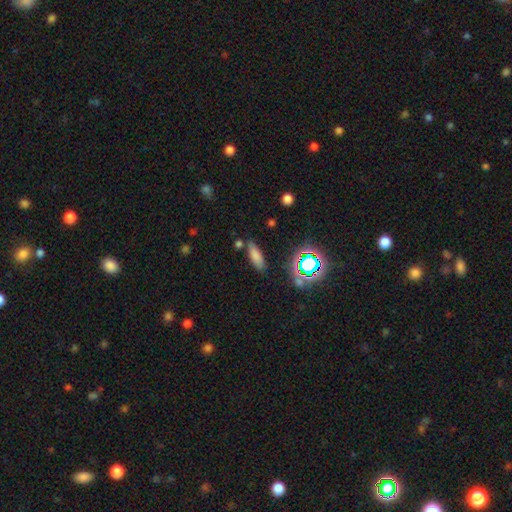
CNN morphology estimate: type=smooth (73%); roundness=in between (60%); merging=none (75%).